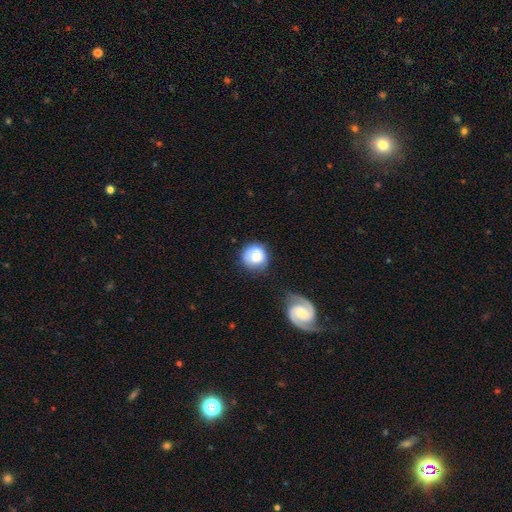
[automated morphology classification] Q: Smooth or featured?
A: smooth (69%); runner-up: featured or disk (23%)
Q: How rounded?
A: round (89%); runner-up: in between (11%)
Q: Merging?
A: none (63%); runner-up: minor disturbance (22%)